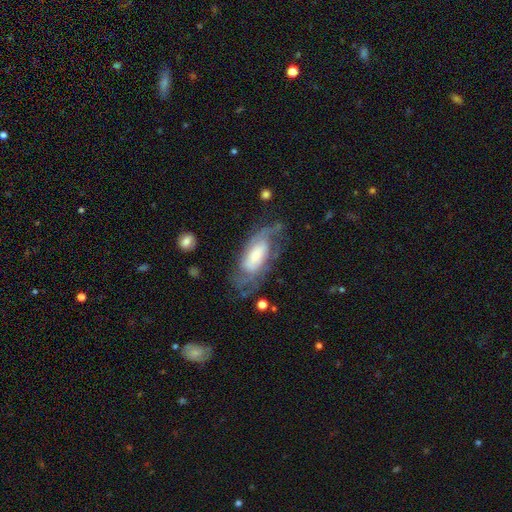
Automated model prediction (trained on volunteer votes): Smooth or featured?
  - featured or disk: 73% *
  - smooth: 21%
  - star or artifact: 6%
Edge-on disk?
  - no: 91% *
  - yes: 9%
Bar?
  - no: 56% *
  - weak: 32%
  - strong: 12%
Spiral arms?
  - yes: 87% *
  - no: 13%
Spiral winding?
  - tight: 42% *
  - medium: 39%
  - loose: 19%
Spiral arm count?
  - can't tell: 40% *
  - 2: 36%
  - 3: 10%
  - 1: 6%
  - 4: 5%
  - more than 4: 3%
Bulge size?
  - small: 47% *
  - moderate: 33%
  - large: 14%
  - none: 4%
  - dominant: 3%
Merging?
  - none: 56% *
  - minor disturbance: 22%
  - major disturbance: 20%
  - merger: 2%